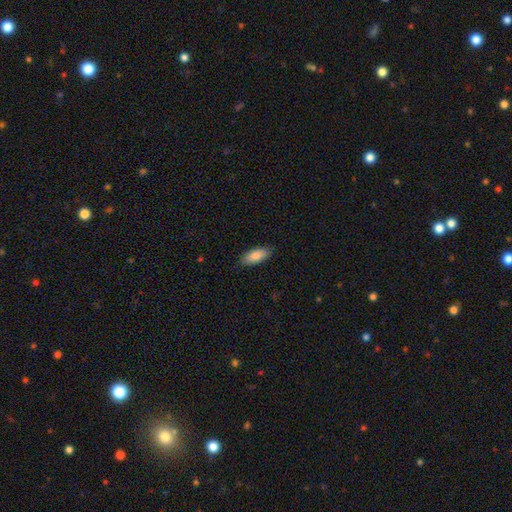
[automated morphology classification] Q: Smooth or featured?
A: smooth (85%); runner-up: featured or disk (9%)
Q: How rounded?
A: in between (84%); runner-up: cigar-shaped (15%)
Q: Merging?
A: none (85%); runner-up: minor disturbance (12%)